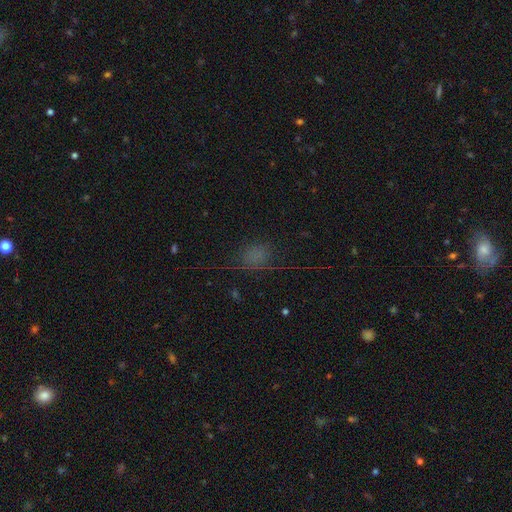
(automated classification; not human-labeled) This is likely a smooth galaxy (65%). How rounded: possibly in between (53%). Merging: likely none (61%).